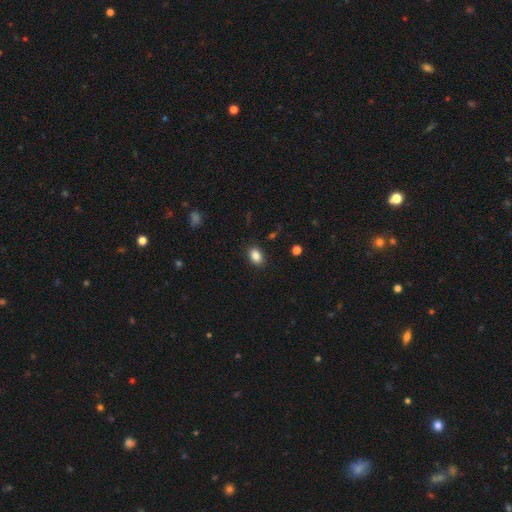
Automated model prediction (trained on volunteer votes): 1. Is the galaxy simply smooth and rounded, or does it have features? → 86% smooth, 9% star or artifact, 5% featured or disk.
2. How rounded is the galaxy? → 82% in between, 17% round, 1% cigar-shaped.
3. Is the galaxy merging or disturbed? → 88% none, 8% minor disturbance, 2% major disturbance, 1% merger.